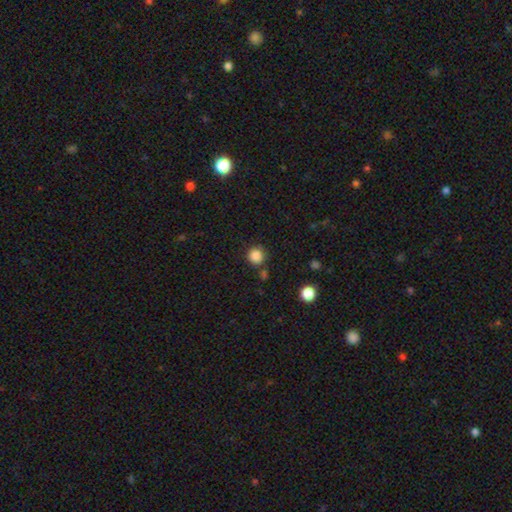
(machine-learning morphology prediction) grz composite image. It shows a smooth galaxy with no disk features (86%) that is round (93%). Merging: none (81%).